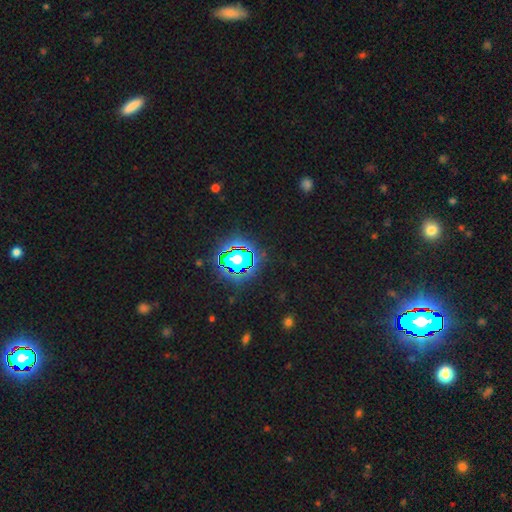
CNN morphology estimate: Smooth or featured? Predicted: star or artifact (p=0.81).